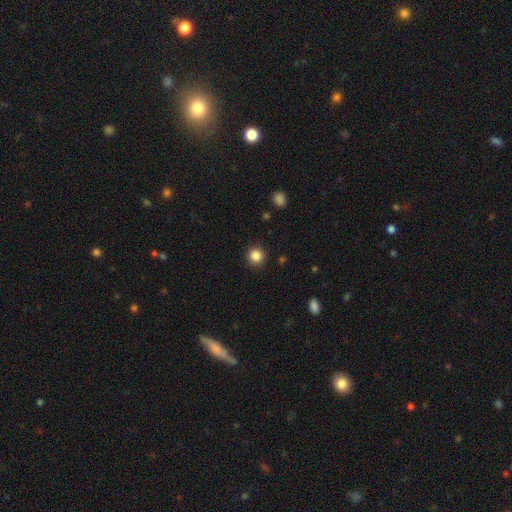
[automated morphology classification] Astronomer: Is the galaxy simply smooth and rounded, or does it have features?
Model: smooth — 85%.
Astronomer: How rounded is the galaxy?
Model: round — 95%.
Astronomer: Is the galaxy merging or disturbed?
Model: none — 92%.